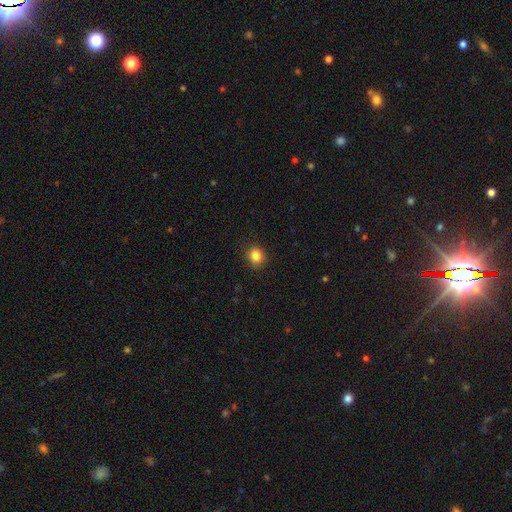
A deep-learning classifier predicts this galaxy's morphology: A smooth galaxy with no disk features (84%) that is round (79%).

Vote fractions:
- Smooth or featured? smooth: 84% / star or artifact: 11% / featured or disk: 5%
- How rounded? round: 79% / in between: 20% / cigar-shaped: 1%
- Merging? none: 89% / minor disturbance: 8% / major disturbance: 2% / merger: 1%